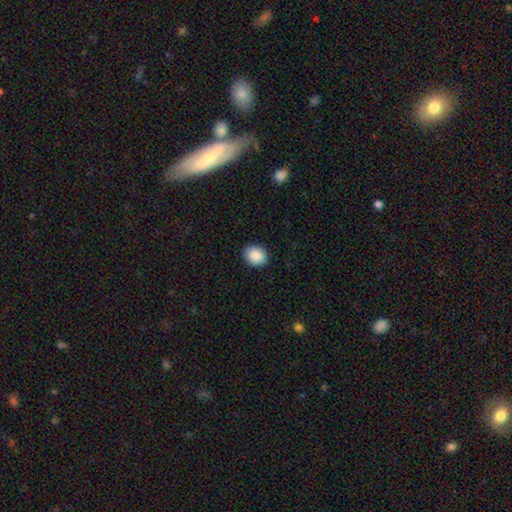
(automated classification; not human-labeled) smooth 89%, star or artifact 7%, featured or disk 3%. Down the decision tree: how rounded — round (57%); merging — none (89%).